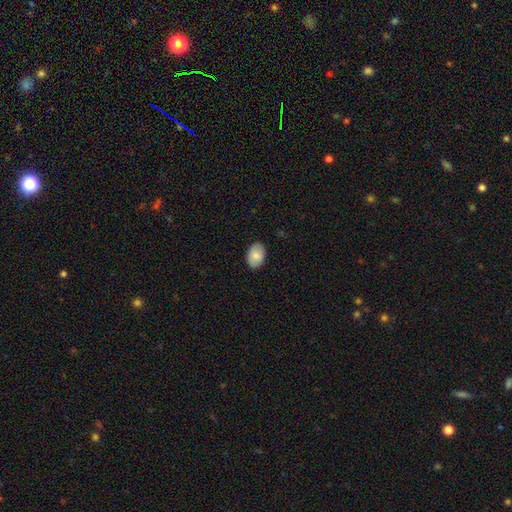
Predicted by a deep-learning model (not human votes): The model was most divided on "how rounded": in between: 83%, round: 16%, cigar-shaped: 1%. More confident: merging — none (87%); smooth or featured — smooth (82%).